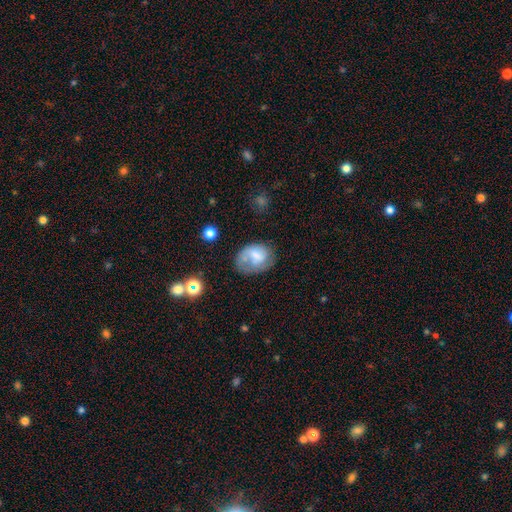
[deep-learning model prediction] Smooth or featured? Predicted: smooth (p=0.60). How rounded? Predicted: in between (p=0.69). Merging? Predicted: none (p=0.47).